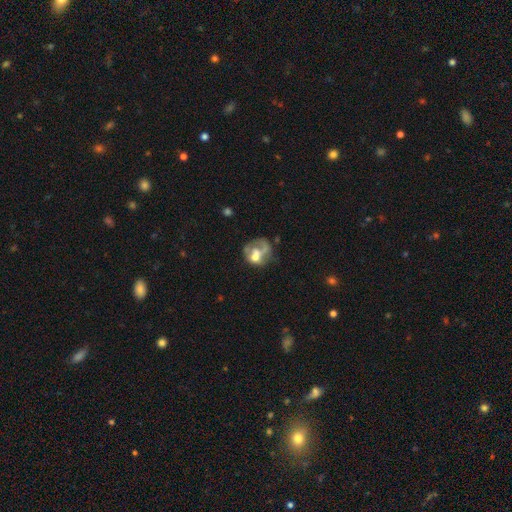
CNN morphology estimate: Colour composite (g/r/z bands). It shows a featured or disk galaxy (50%). Merging: major disturbance (33%).